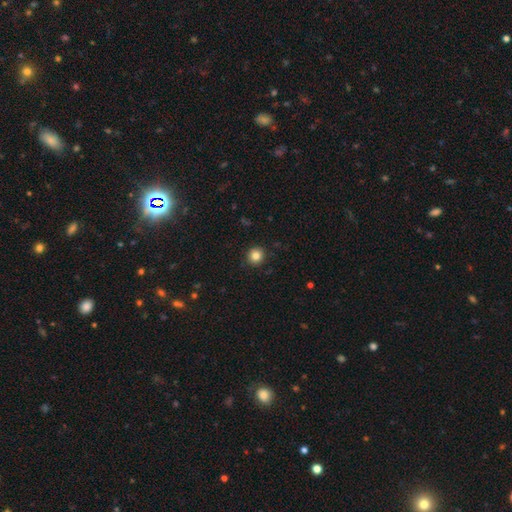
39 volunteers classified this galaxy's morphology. smooth_or_featured: smooth (p=0.87) [alt: star or artifact p=0.08]
how_rounded: round (p=0.97) [alt: cigar-shaped p=0.03]
merging: none (p=0.97) [alt: minor disturbance p=0.03]